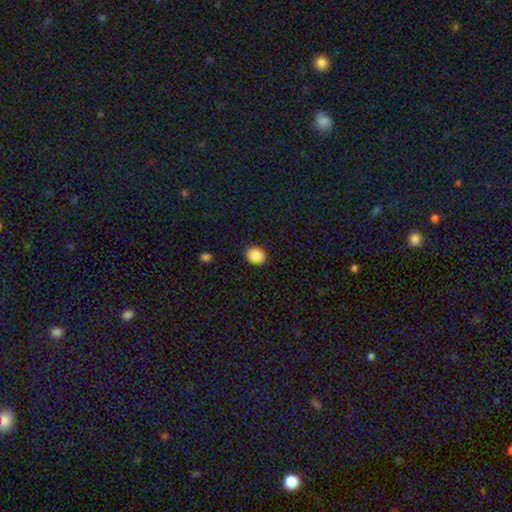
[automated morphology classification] A smooth galaxy with no disk features (88%) that is round (53%).

Vote fractions:
- Smooth or featured? smooth: 88% / star or artifact: 8% / featured or disk: 3%
- How rounded? round: 53% / in between: 46% / cigar-shaped: 1%
- Merging? none: 89% / minor disturbance: 8% / major disturbance: 2% / merger: 1%